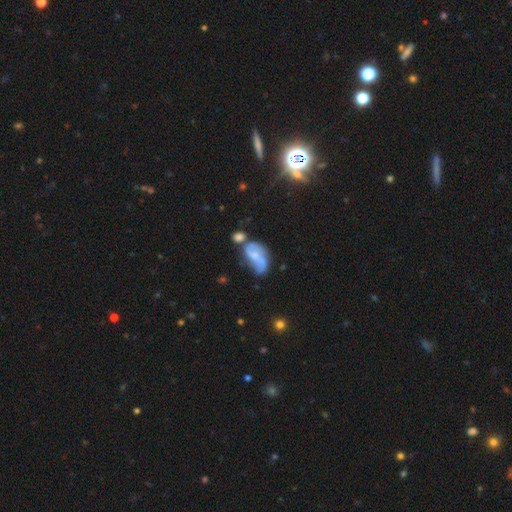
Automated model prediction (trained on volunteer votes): This is possibly a featured or disk galaxy (56%). It is clearly not viewed edge-on (95%). Bar: possibly no (57%). Spiral arm pattern: likely yes (73%). Central bulge: possibly small (47%). Merging: marginally merger (29%).